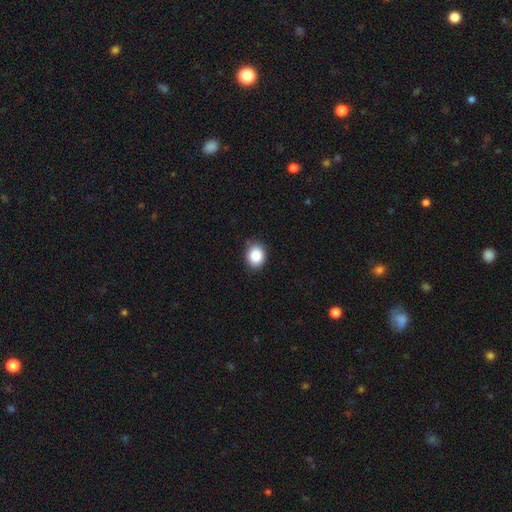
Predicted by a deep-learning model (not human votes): This appears to be a smooth galaxy with no disk features (87%) that is round (61%). Merging: none (82%).